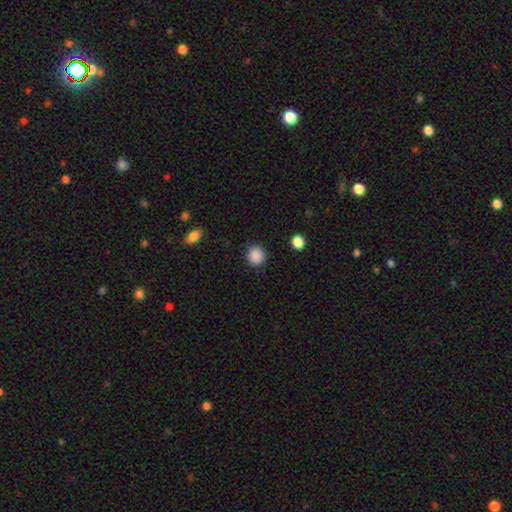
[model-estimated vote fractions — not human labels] A smooth galaxy with no disk features (88%) that is round (90%).

Vote fractions:
- Smooth or featured? smooth: 88% / star or artifact: 9% / featured or disk: 2%
- How rounded? round: 90% / in between: 10% / cigar-shaped: 1%
- Merging? none: 89% / minor disturbance: 7% / major disturbance: 3% / merger: 1%